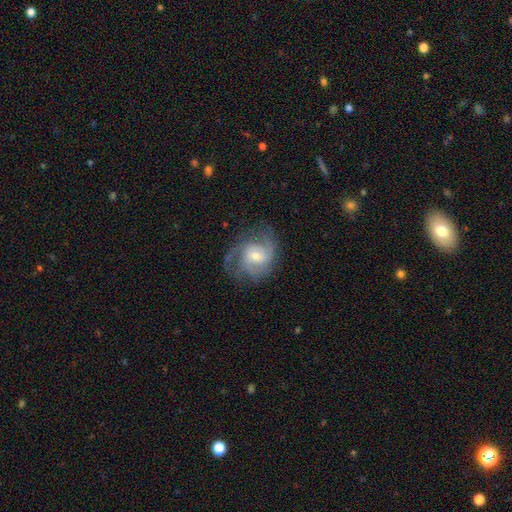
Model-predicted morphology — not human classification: This appears to be a featured or disk galaxy (83%) with no bar (53%), 2 (36%) medium (46%) spiral arms (95%) and a moderate central bulge (49%). Merging: none (64%).